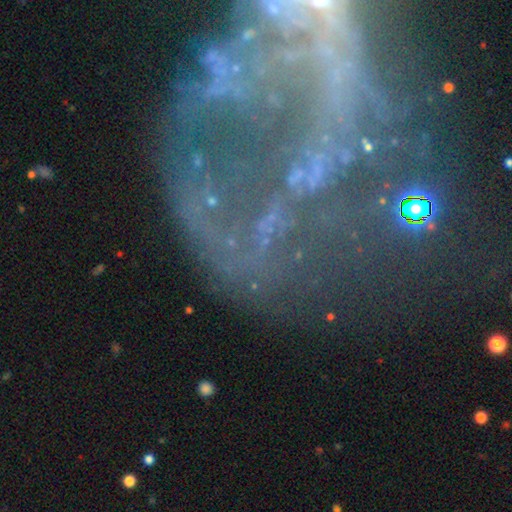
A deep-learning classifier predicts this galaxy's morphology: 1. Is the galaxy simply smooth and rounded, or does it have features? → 54% featured or disk, 33% star or artifact, 13% smooth.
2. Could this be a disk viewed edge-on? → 91% no, 9% yes.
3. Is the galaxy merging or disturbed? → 60% none, 17% major disturbance, 16% minor disturbance, 7% merger.